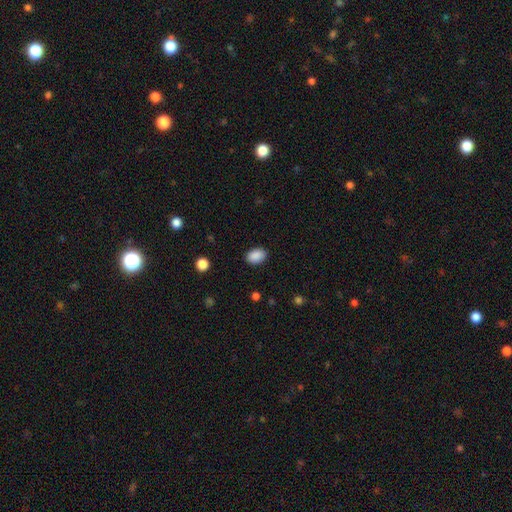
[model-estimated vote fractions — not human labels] The model was most divided on "how rounded": in between: 83%, round: 16%, cigar-shaped: 1%. More confident: smooth or featured — smooth (89%); merging — none (88%).